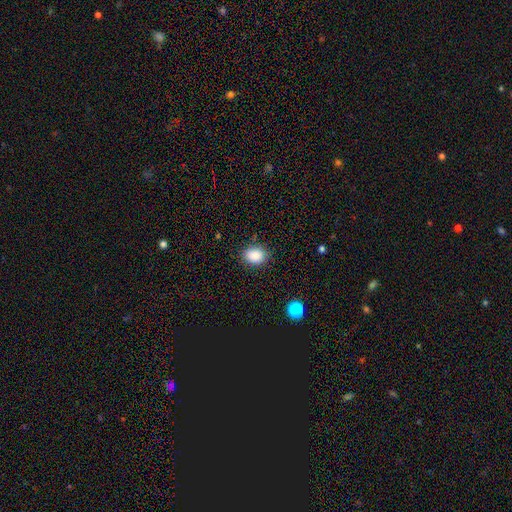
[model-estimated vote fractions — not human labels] Smooth or featured? Predicted: smooth (p=0.89). How rounded? Predicted: in between (p=0.68). Merging? Predicted: none (p=0.83).